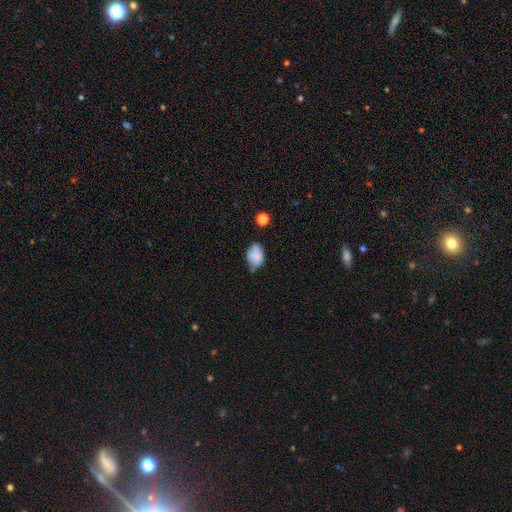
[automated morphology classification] type=smooth (72%); roundness=in between (80%); merging=none (45%).